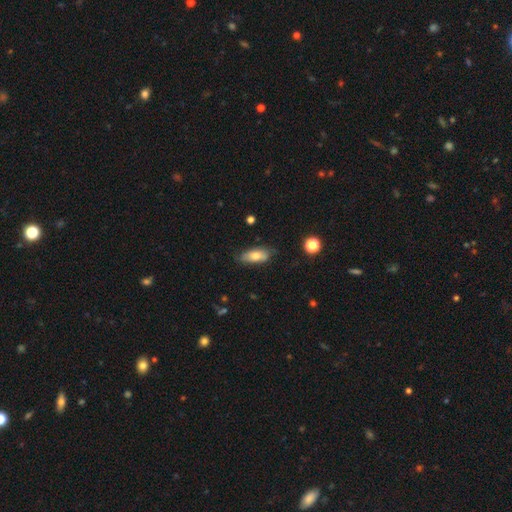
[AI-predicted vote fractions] A smooth galaxy with no disk features (71%) that is in between round and cigar-shaped (79%).

Vote fractions:
- Smooth or featured? smooth: 71% / featured or disk: 22% / star or artifact: 7%
- How rounded? in between: 79% / cigar-shaped: 18% / round: 3%
- Merging? none: 75% / minor disturbance: 20% / major disturbance: 4% / merger: 2%